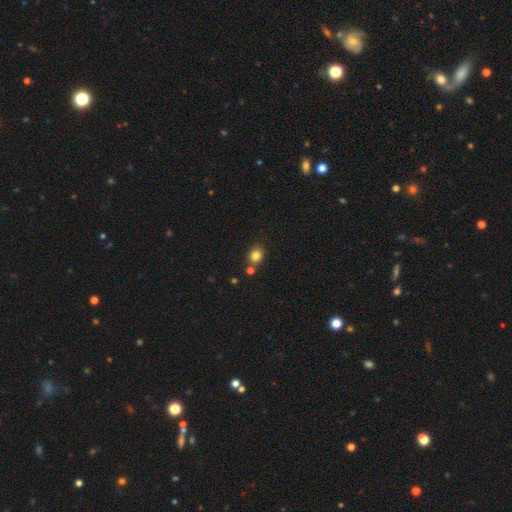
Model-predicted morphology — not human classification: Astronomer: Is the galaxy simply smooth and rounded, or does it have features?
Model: smooth — 82%.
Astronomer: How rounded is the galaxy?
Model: round — 70%.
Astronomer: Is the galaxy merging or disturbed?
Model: none — 73%.